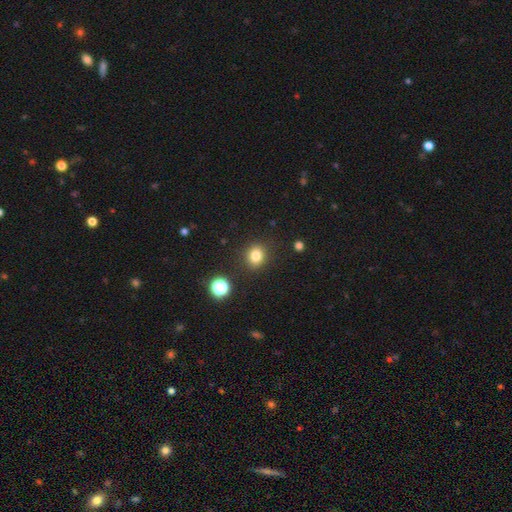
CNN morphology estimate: Overall: smooth (80%). How rounded: round (74%). Merging: none (87%).